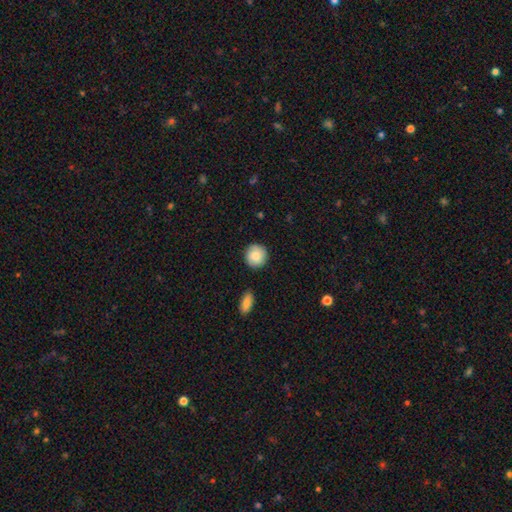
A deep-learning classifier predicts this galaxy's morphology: smooth-or-featured: smooth: 84% | featured or disk: 9% | star or artifact: 7%
  how-rounded: round: 93% | in between: 6% | cigar-shaped: 1%
  merging: none: 88% | minor disturbance: 8% | merger: 2% | major disturbance: 2%